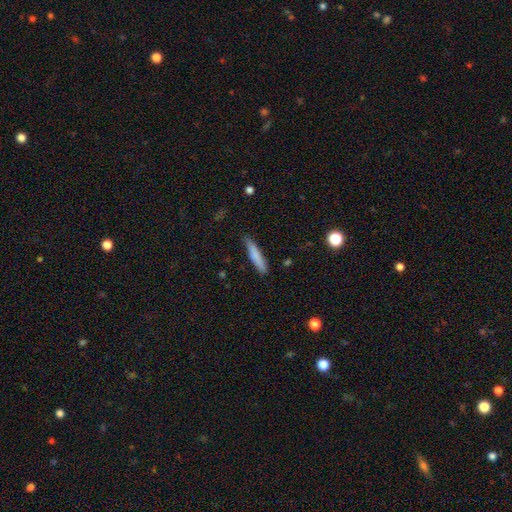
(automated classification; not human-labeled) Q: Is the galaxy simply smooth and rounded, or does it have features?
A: smooth — 79%.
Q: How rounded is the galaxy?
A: cigar-shaped — 89%.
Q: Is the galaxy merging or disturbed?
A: none — 82%.